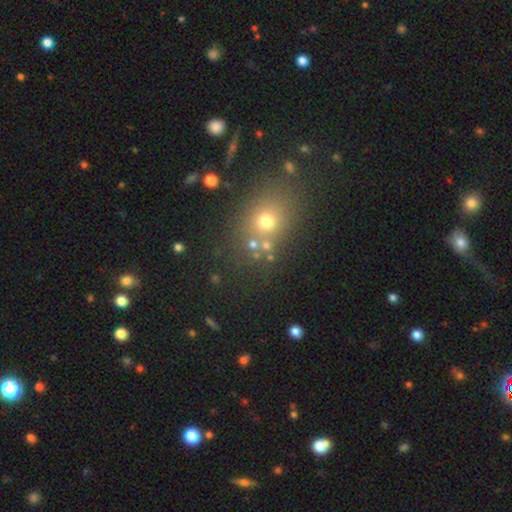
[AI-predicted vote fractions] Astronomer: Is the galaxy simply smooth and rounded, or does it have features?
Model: smooth — 61%.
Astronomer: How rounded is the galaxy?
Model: round — 61% (runner-up: in between, 37%).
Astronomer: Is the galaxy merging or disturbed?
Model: none — 73%.